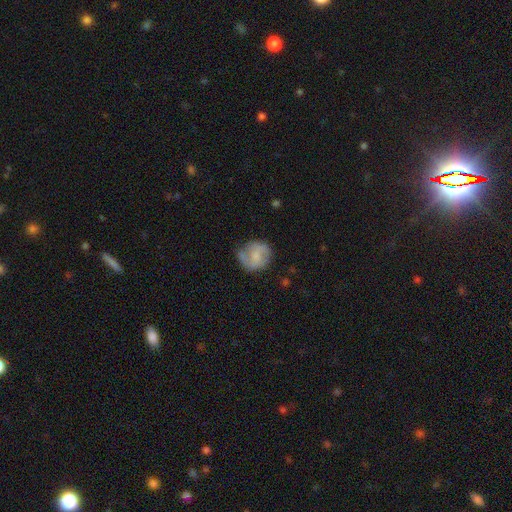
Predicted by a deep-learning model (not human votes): smooth_or_featured: smooth (p=0.48) [alt: featured or disk p=0.45]
merging: none (p=0.62) [alt: minor disturbance p=0.25]